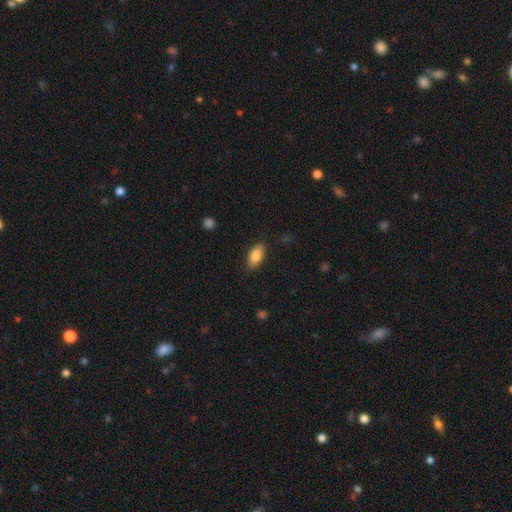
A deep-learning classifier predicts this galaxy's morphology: Smooth or featured: smooth — 84% (featured or disk — 9%)
How rounded: in between — 90% (cigar-shaped — 6%)
Merging: none — 85% (minor disturbance — 11%)